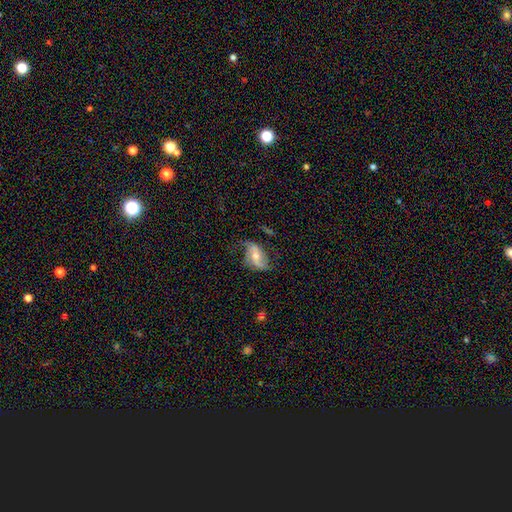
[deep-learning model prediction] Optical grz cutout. It shows a featured or disk galaxy (75%) with no bar (42%), 2 (84%) loose (60%) spiral arms (91%) and a moderate central bulge (55%). Merging: none (61%).